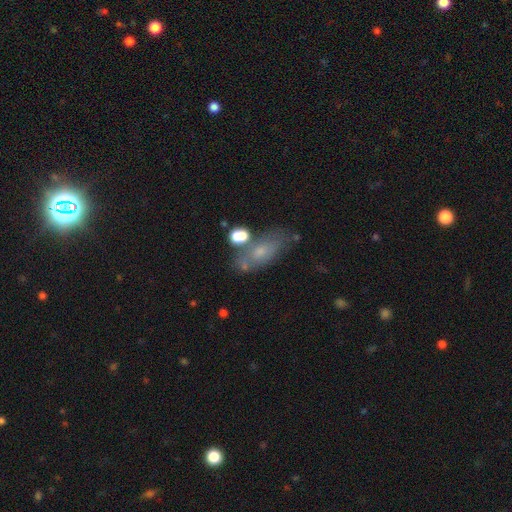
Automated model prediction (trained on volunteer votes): Smooth or featured?
  - smooth: 47% *
  - featured or disk: 33%
  - star or artifact: 20%
Merging?
  - none: 57% *
  - minor disturbance: 18%
  - merger: 17%
  - major disturbance: 8%